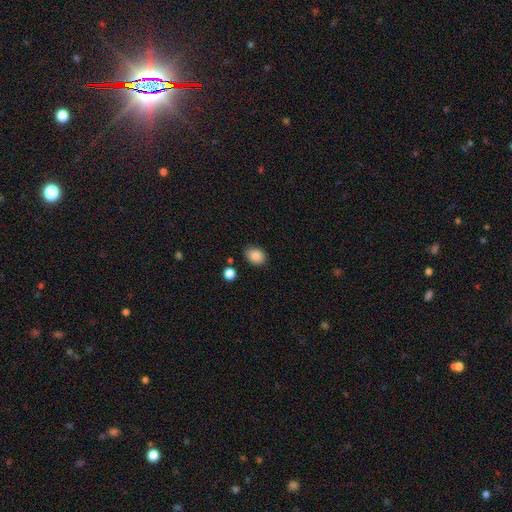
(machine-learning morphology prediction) This appears to be a smooth galaxy with no disk features (87%) that is in between round and cigar-shaped (60%). Merging: none (81%).